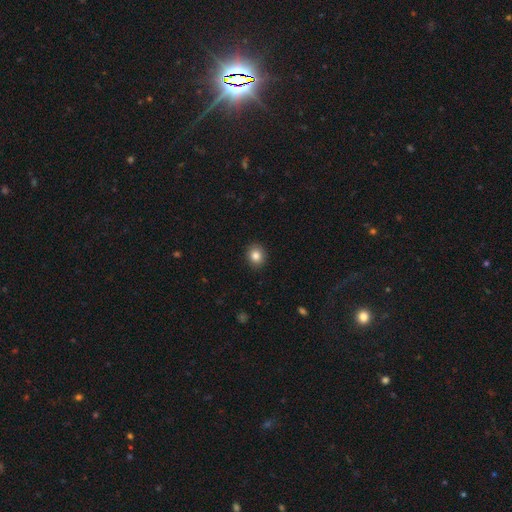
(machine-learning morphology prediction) The model was most divided on "how rounded": round: 73%, in between: 26%, cigar-shaped: 1%. More confident: merging — none (91%); smooth or featured — smooth (84%).